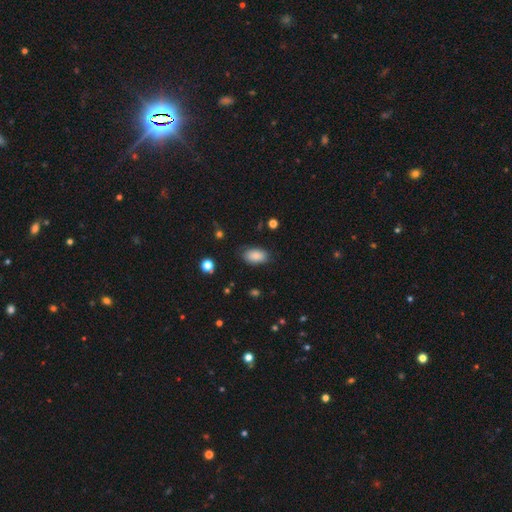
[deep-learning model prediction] Overall: smooth (86%). How rounded: in between (93%). Merging: none (81%).